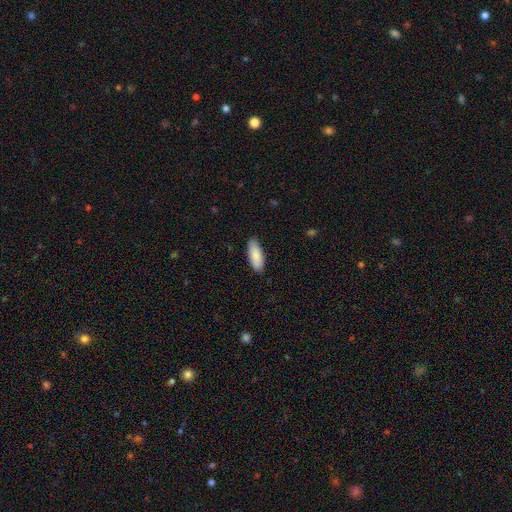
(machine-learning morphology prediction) smooth_or_featured: smooth (p=0.87) [alt: featured or disk p=0.07]
how_rounded: in between (p=0.79) [alt: cigar-shaped p=0.19]
merging: none (p=0.86) [alt: minor disturbance p=0.12]